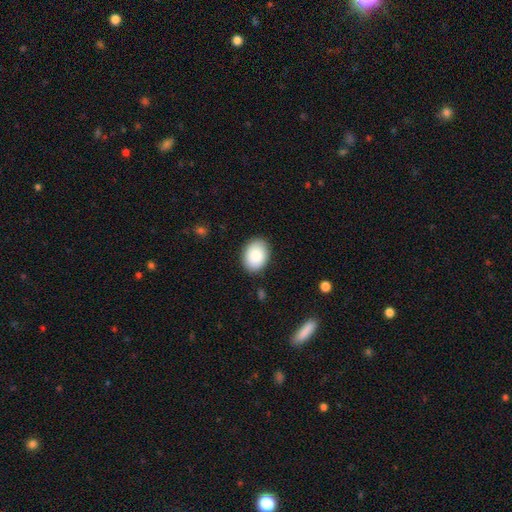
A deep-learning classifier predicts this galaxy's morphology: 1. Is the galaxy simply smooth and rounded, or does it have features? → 87% smooth, 7% featured or disk, 6% star or artifact.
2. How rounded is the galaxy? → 72% in between, 27% round, 1% cigar-shaped.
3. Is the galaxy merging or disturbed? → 88% none, 9% minor disturbance, 2% major disturbance, 1% merger.